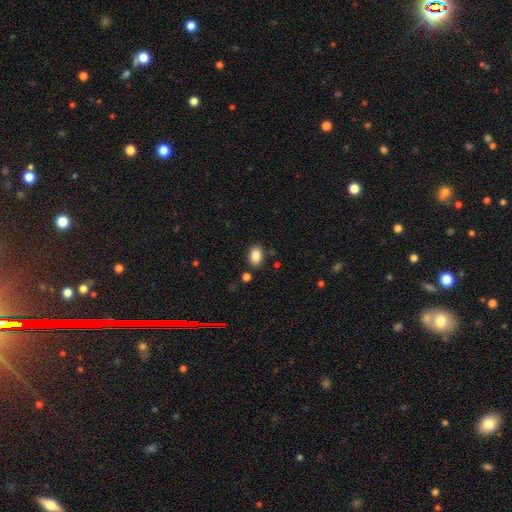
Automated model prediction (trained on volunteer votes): Q: Smooth or featured?
A: smooth (86%); runner-up: star or artifact (9%)
Q: How rounded?
A: in between (80%); runner-up: round (19%)
Q: Merging?
A: none (85%); runner-up: minor disturbance (9%)